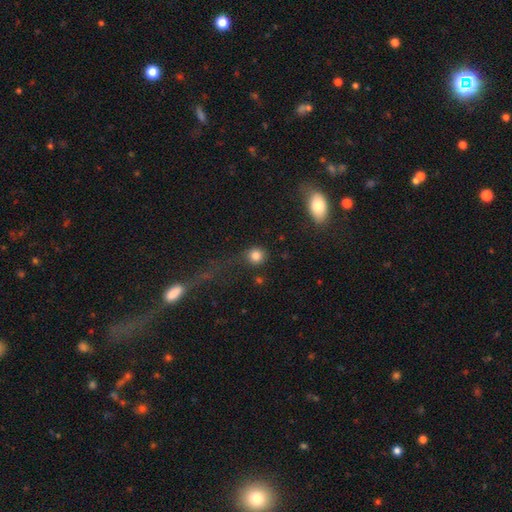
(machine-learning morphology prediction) Smooth or featured: smooth — 83% (star or artifact — 11%)
How rounded: round — 90% (in between — 9%)
Merging: none — 76% (minor disturbance — 11%)